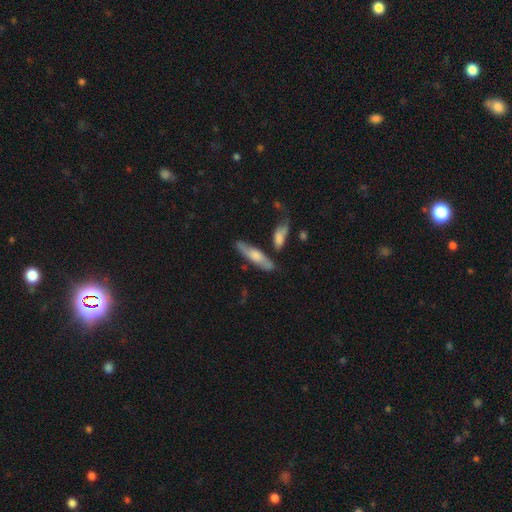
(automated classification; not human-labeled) The model was most divided on "smooth or featured": smooth: 48%, featured or disk: 45%, star or artifact: 6%. More confident: merging — none (69%).